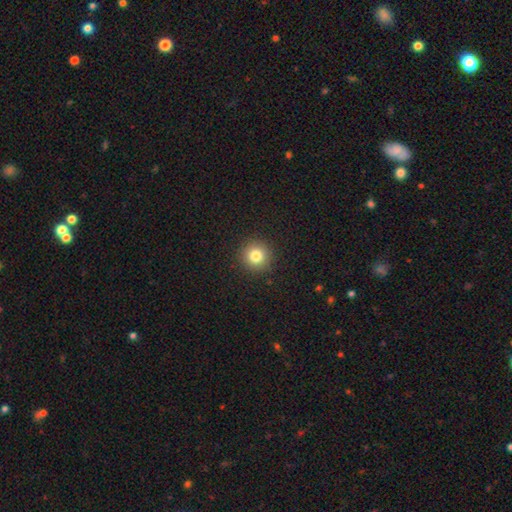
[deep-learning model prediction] Q: Smooth or featured?
A: smooth (81%); runner-up: star or artifact (12%)
Q: How rounded?
A: round (95%); runner-up: in between (4%)
Q: Merging?
A: none (92%); runner-up: minor disturbance (5%)